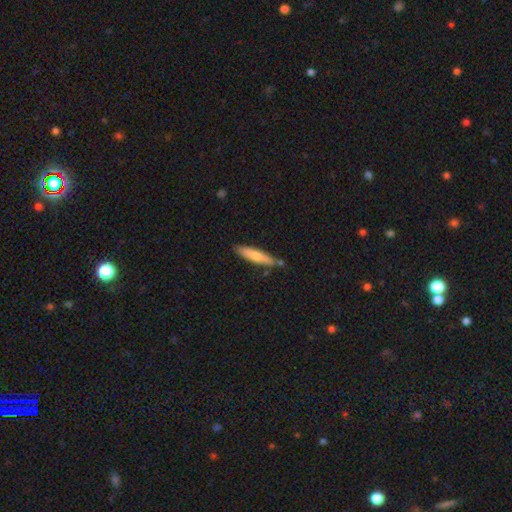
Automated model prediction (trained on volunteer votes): A smooth galaxy with no disk features (69%) that is cigar-shaped (86%).

Vote fractions:
- Smooth or featured? smooth: 69% / featured or disk: 25% / star or artifact: 5%
- How rounded? cigar-shaped: 86% / in between: 13% / round: 1%
- Merging? none: 77% / minor disturbance: 14% / merger: 6% / major disturbance: 2%